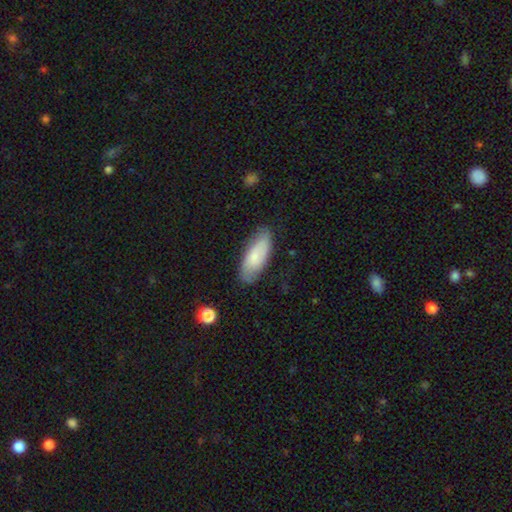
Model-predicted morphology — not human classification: Smooth or featured: smooth — 70% (featured or disk — 24%)
How rounded: in between — 75% (cigar-shaped — 22%)
Merging: none — 77% (minor disturbance — 18%)